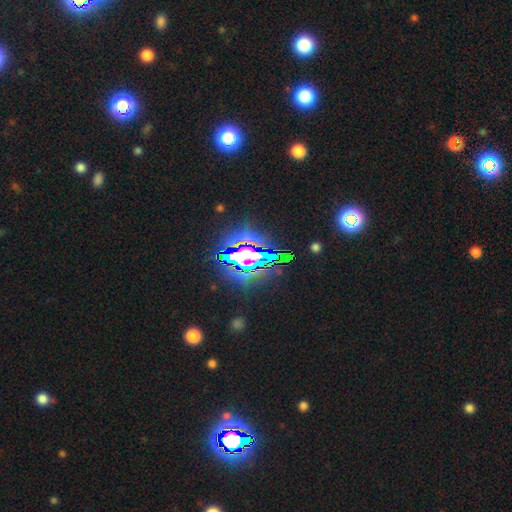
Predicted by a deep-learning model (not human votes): Smooth or featured? star or artifact (75%)